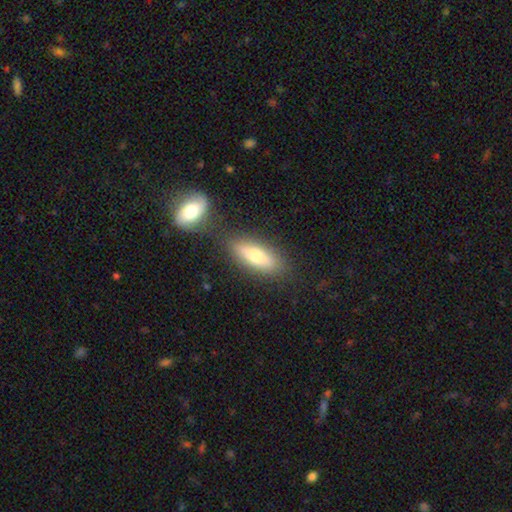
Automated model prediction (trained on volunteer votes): A smooth galaxy with no disk features (68%) that is in between round and cigar-shaped (65%). Merging: none (71%).